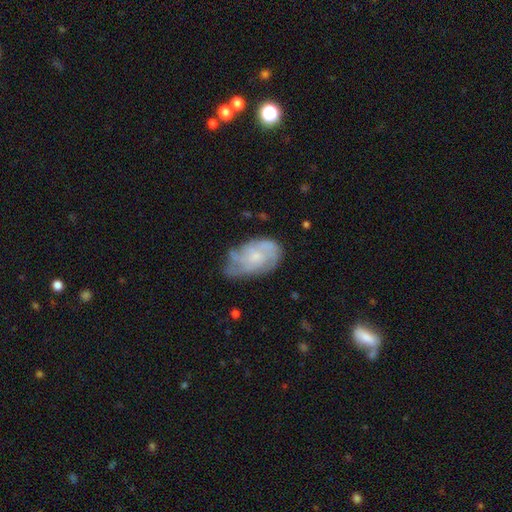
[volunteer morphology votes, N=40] smooth_or_featured: featured or disk (p=0.80) [alt: smooth p=0.20]
disk_edge_on: no (p=1.00)
bar: no (p=0.84) [alt: weak p=0.12]
has_spiral_arms: yes (p=0.91) [alt: no p=0.09]
spiral_winding: tight (p=0.62) [alt: medium p=0.28]
spiral_arm_count: can't tell (p=0.34) [alt: 4 p=0.28]
bulge_size: small (p=0.69) [alt: moderate p=0.22]
merging: none (p=0.50) [alt: minor disturbance p=0.35]